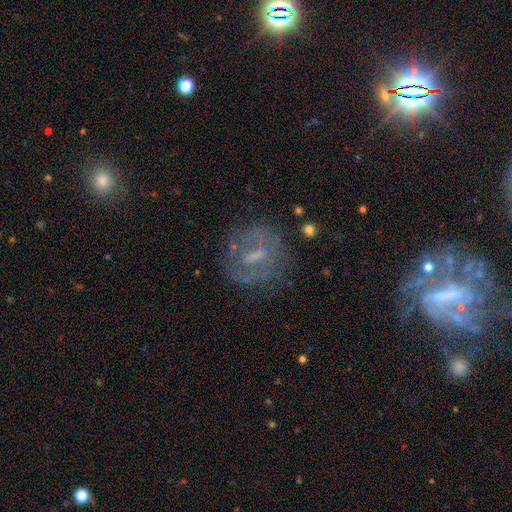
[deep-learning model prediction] This is possibly a featured or disk galaxy (59%). It is clearly not viewed edge-on (93%). Bar: possibly weak (45%). Spiral arm pattern: possibly yes (52%). Central bulge: marginally small (33%, tied with none). Merging: likely none (69%).